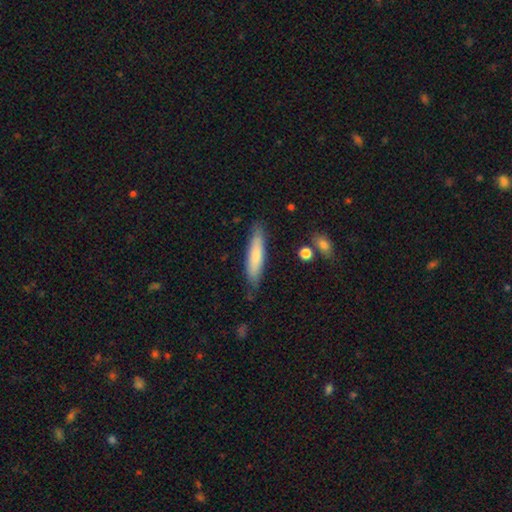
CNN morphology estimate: smooth 73%, featured or disk 21%, star or artifact 6%. Down the decision tree: how rounded — cigar-shaped (82%); merging — none (81%).